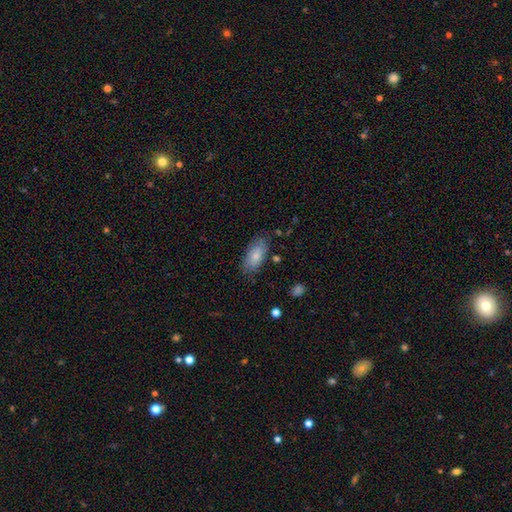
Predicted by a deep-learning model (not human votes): smooth_or_featured: smooth (p=0.74) [alt: featured or disk p=0.20]
how_rounded: in between (p=0.92) [alt: cigar-shaped p=0.05]
merging: none (p=0.75) [alt: minor disturbance p=0.18]